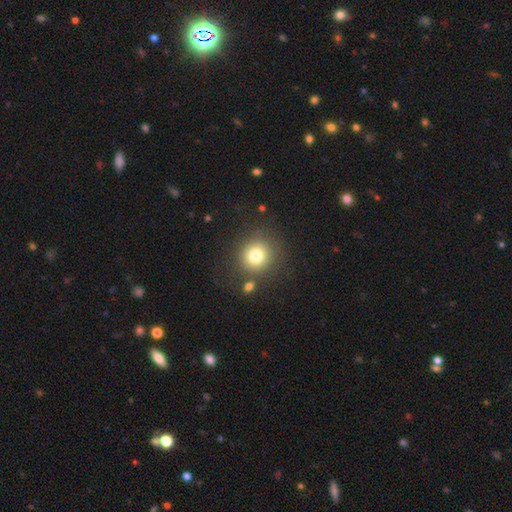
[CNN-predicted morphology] Q: Smooth or featured?
A: smooth (79%); runner-up: star or artifact (12%)
Q: How rounded?
A: round (92%); runner-up: in between (7%)
Q: Merging?
A: none (80%); runner-up: minor disturbance (9%)